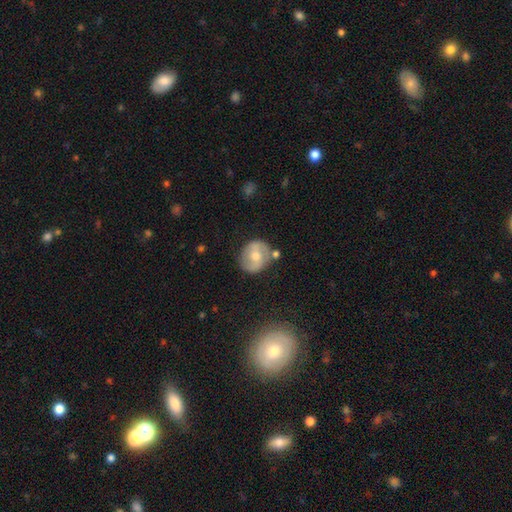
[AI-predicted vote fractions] This appears to be a featured or disk galaxy (52%). Merging: none (73%).